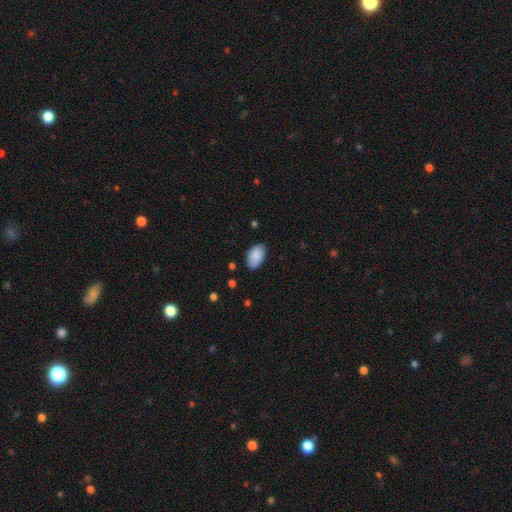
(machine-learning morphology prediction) Smooth or featured? smooth (89%)
How rounded? in between (95%)
Merging? none (81%)